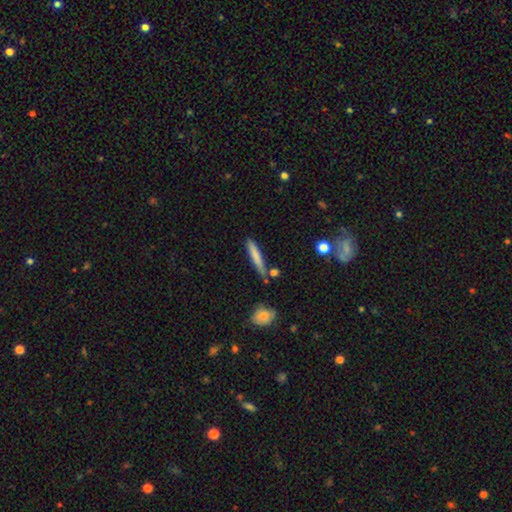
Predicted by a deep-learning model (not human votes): Smooth or featured? Predicted: smooth (p=0.74). How rounded? Predicted: cigar-shaped (p=0.92). Merging? Predicted: none (p=0.75).